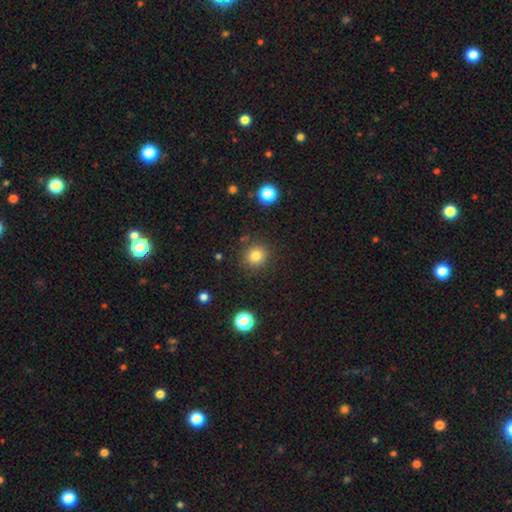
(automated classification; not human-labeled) smooth_or_featured: smooth (p=0.82) [alt: star or artifact p=0.12]
how_rounded: round (p=0.90) [alt: in between p=0.09]
merging: none (p=0.86) [alt: minor disturbance p=0.08]